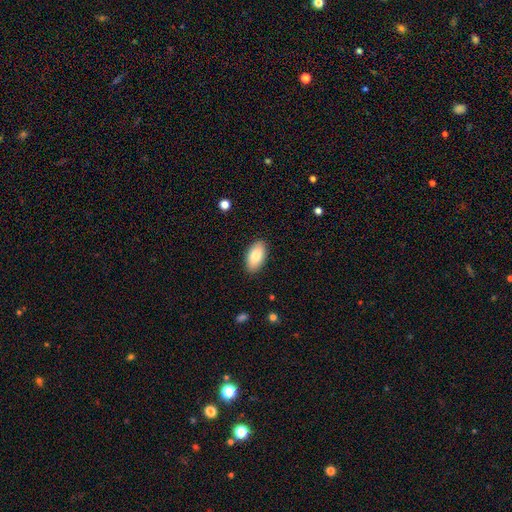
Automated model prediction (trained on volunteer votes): smooth-or-featured: smooth: 83% | featured or disk: 11% | star or artifact: 6%
  how-rounded: in between: 94% | cigar-shaped: 3% | round: 3%
  merging: none: 89% | minor disturbance: 8% | major disturbance: 2% | merger: 1%